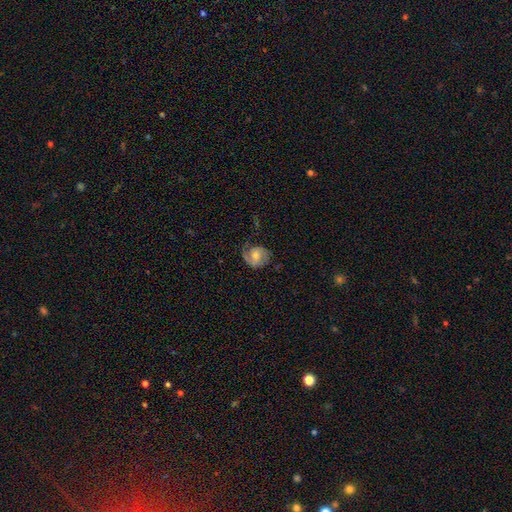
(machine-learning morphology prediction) type=featured or disk (63%); edge-on=no (97%); bar=no (57%); spiral arms=yes (90%); winding=medium (42%); arm count=2 (61%); bulge=moderate (54%); merging=none (59%).